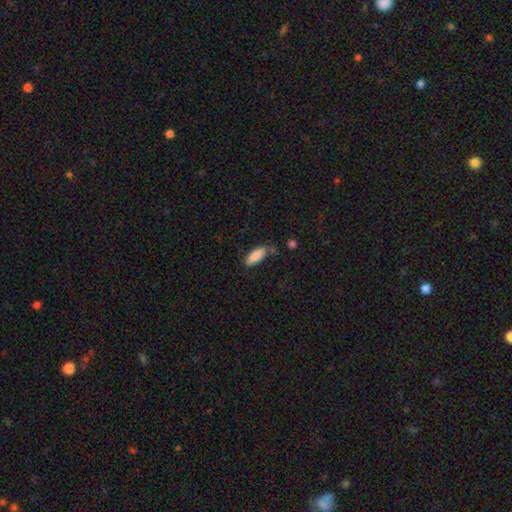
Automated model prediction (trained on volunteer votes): Smooth or featured? Predicted: smooth (p=0.87). How rounded? Predicted: in between (p=0.78). Merging? Predicted: none (p=0.65).